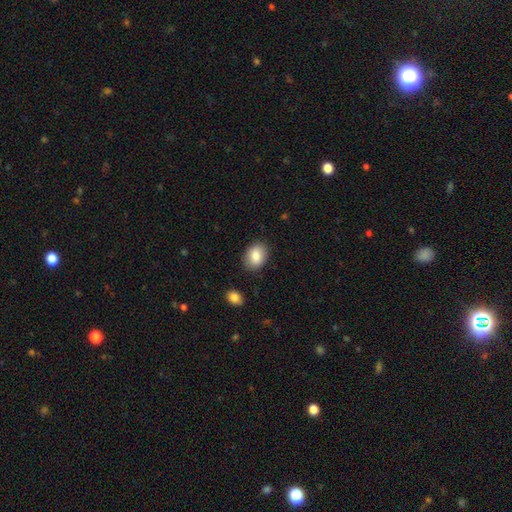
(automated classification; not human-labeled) Morphology: type=smooth (84%); roundness=in between (68%); merging=none (86%).